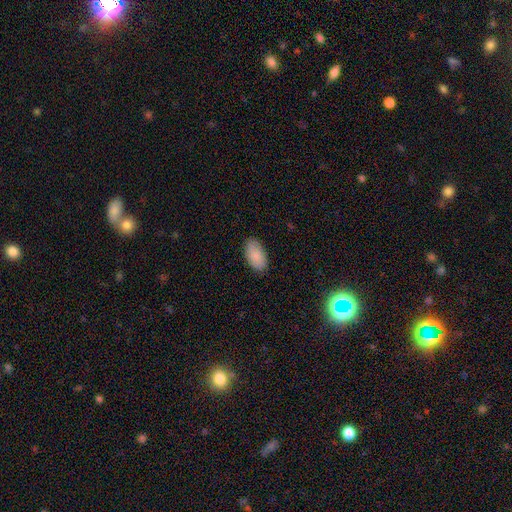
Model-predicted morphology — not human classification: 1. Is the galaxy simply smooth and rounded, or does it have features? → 87% smooth, 7% featured or disk, 6% star or artifact.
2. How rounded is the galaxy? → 95% in between, 3% round, 2% cigar-shaped.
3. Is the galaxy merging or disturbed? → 85% none, 11% minor disturbance, 2% major disturbance, 1% merger.